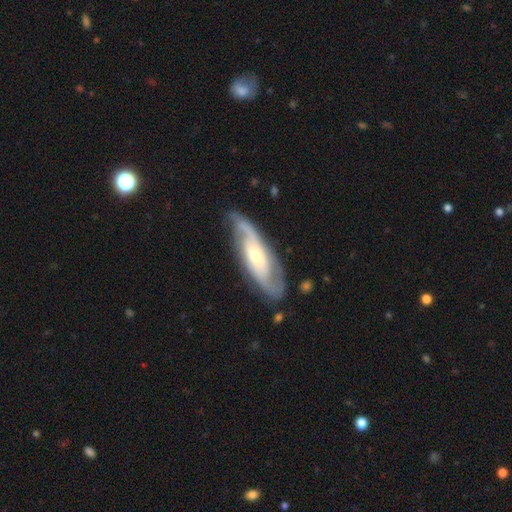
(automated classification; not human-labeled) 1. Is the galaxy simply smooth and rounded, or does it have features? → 80% featured or disk, 15% smooth, 5% star or artifact.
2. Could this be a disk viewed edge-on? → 88% no, 12% yes.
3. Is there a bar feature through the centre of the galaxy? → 58% no, 29% weak, 13% strong.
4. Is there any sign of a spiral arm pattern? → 93% yes, 7% no.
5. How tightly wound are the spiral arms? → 43% medium, 33% tight, 24% loose.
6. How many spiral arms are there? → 81% 2, 10% can't tell, 4% 1, 3% 3, 1% 4, 1% more than 4.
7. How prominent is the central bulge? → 50% small, 43% moderate, 5% large, 2% none, 1% dominant.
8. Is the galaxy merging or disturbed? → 76% none, 16% minor disturbance, 6% major disturbance, 2% merger.